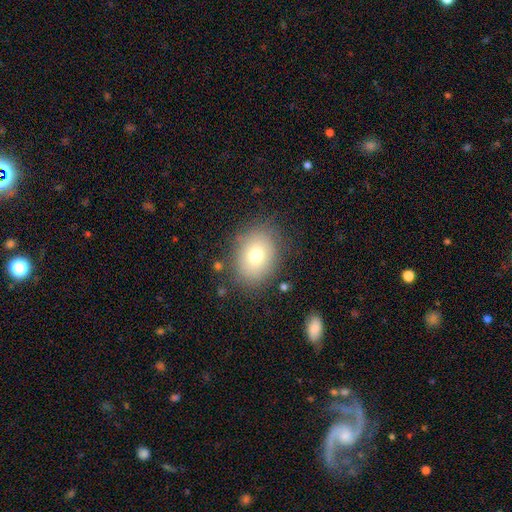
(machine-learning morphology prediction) This is likely a smooth galaxy (73%). How rounded: likely in between (65%). Merging: clearly none (81%).